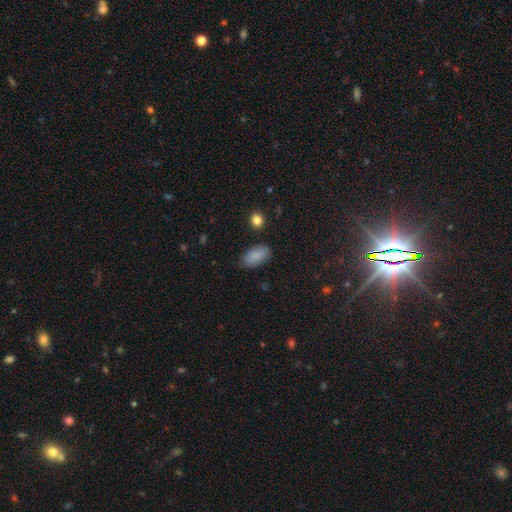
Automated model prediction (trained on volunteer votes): Smooth or featured? Predicted: smooth (p=0.88). How rounded? Predicted: in between (p=0.94). Merging? Predicted: none (p=0.83).